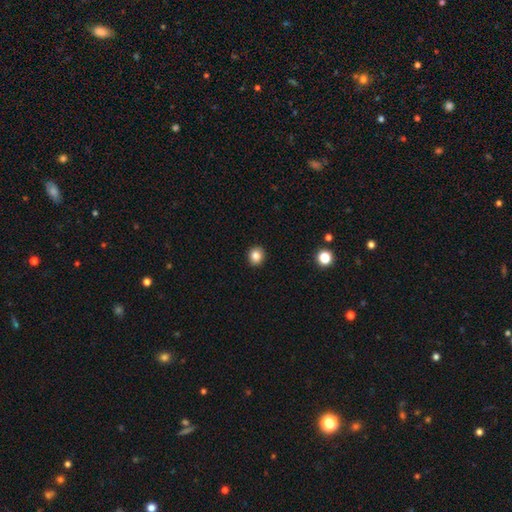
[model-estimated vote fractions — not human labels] Q: Smooth or featured?
A: smooth (84%); runner-up: star or artifact (11%)
Q: How rounded?
A: round (78%); runner-up: in between (21%)
Q: Merging?
A: none (92%); runner-up: minor disturbance (6%)